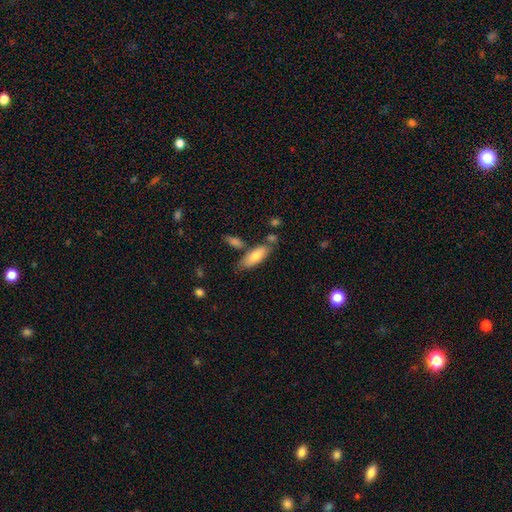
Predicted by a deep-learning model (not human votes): A smooth galaxy with no disk features (76%) that is in between round and cigar-shaped (68%). Merging: none (68%).